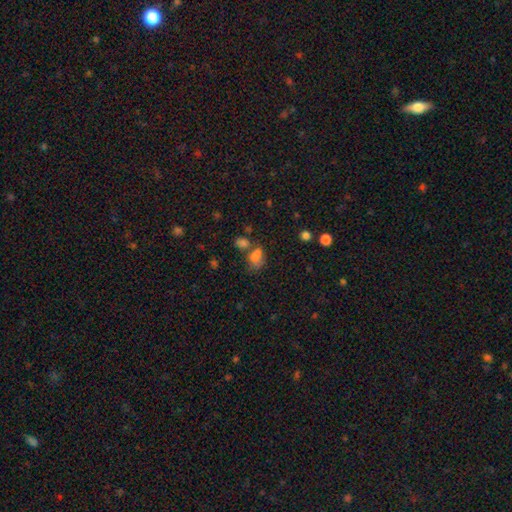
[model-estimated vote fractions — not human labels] smooth_or_featured: smooth (p=0.75) [alt: star or artifact p=0.14]
how_rounded: in between (p=0.81) [alt: round p=0.17]
merging: merger (p=0.37) [alt: none p=0.32]